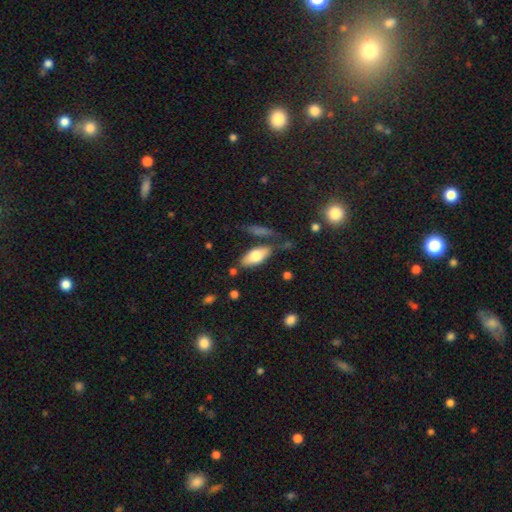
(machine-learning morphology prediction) Overall: smooth (71%). How rounded: in between (81%). Merging: none (63%).